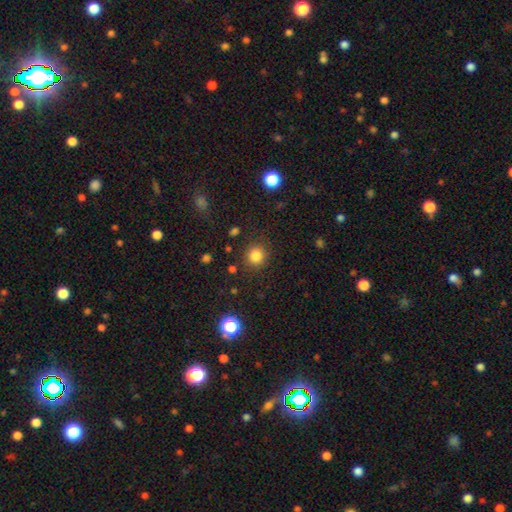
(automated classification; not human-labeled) A smooth galaxy with no disk features (82%) that is round (89%).

Vote fractions:
- Smooth or featured? smooth: 82% / star or artifact: 13% / featured or disk: 5%
- How rounded? round: 89% / in between: 10% / cigar-shaped: 1%
- Merging? none: 87% / minor disturbance: 8% / major disturbance: 3% / merger: 2%